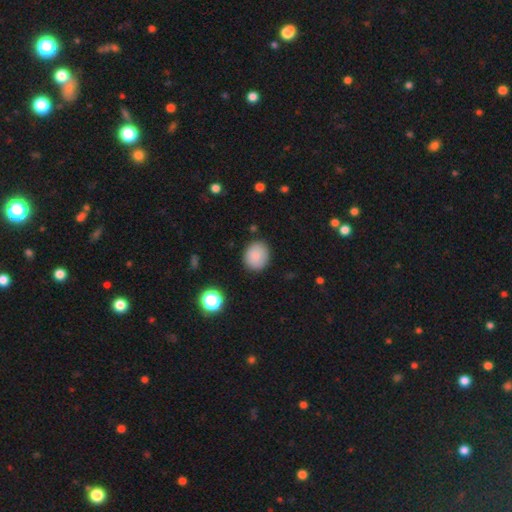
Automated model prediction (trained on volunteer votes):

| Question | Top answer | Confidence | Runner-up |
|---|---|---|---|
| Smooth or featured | smooth | 85% | star or artifact (9%) |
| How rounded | round | 67% | in between (32%) |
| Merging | none | 86% | minor disturbance (10%) |